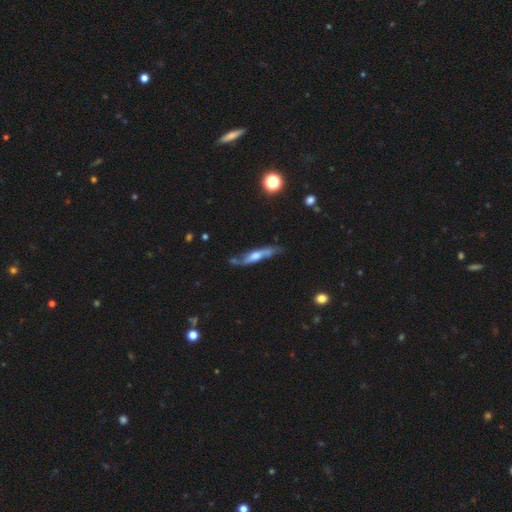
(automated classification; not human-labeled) A featured or disk galaxy (63%) viewed edge-on (60%).

Vote fractions:
- Smooth or featured? featured or disk: 63% / smooth: 30% / star or artifact: 7%
- Edge-on disk? yes: 60% / no: 40%
- Merging? none: 59% / minor disturbance: 26% / major disturbance: 10% / merger: 6%